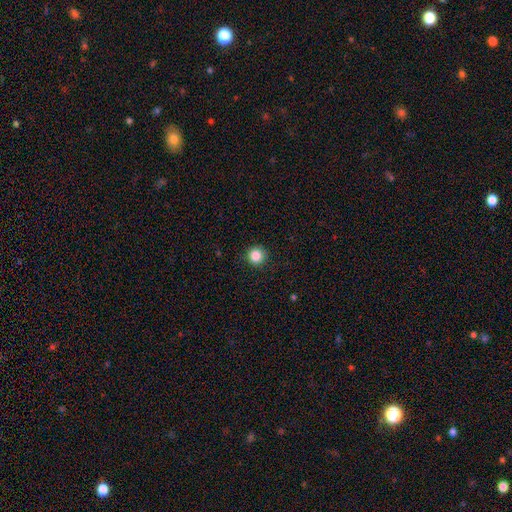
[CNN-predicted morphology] Overall: smooth (86%). How rounded: round (95%). Merging: none (91%).